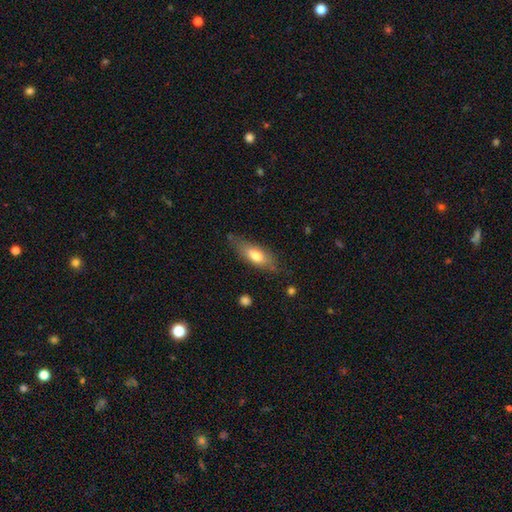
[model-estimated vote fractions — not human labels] Smooth or featured: smooth — 70% (featured or disk — 24%)
How rounded: in between — 64% (cigar-shaped — 34%)
Merging: none — 72% (minor disturbance — 21%)